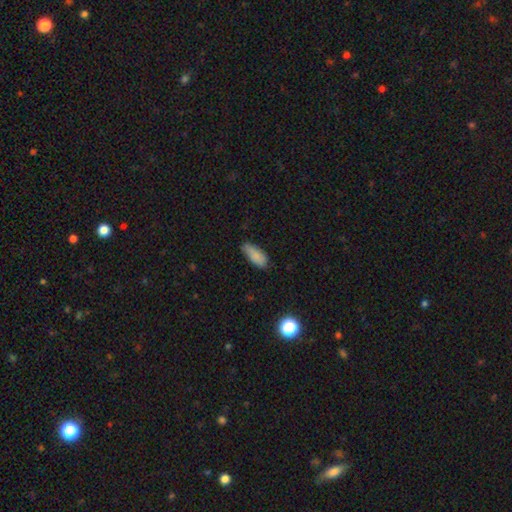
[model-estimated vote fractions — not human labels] smooth-or-featured: smooth: 83% | featured or disk: 9% | star or artifact: 8%
  how-rounded: in between: 81% | cigar-shaped: 17% | round: 2%
  merging: none: 60% | minor disturbance: 31% | major disturbance: 6% | merger: 3%